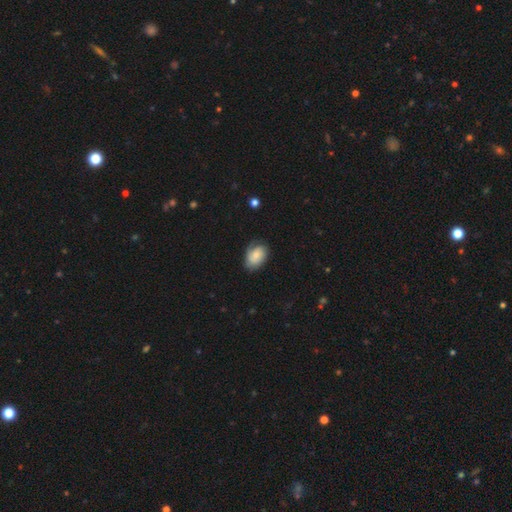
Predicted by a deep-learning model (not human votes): The model was most divided on "smooth or featured": smooth: 51%, featured or disk: 42%, star or artifact: 7%. More confident: how rounded — in between (81%); merging — none (64%).